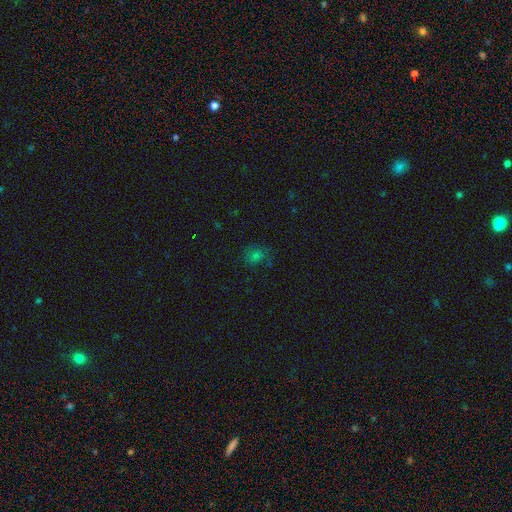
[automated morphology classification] Smooth or featured? smooth (56%)
How rounded? round (64%)
Merging? none (73%)